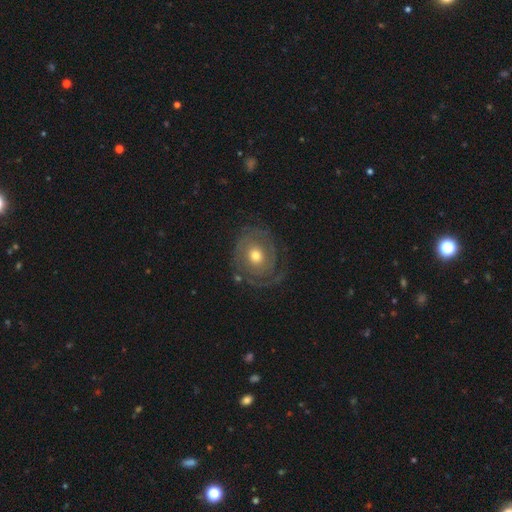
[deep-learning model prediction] Overall: featured or disk (71%). Edge-on disk: no (96%). Bar: no (82%). Spiral arms: yes (80%). Spiral arm count: 2 (34%; can't tell 32%). Spiral winding: tight (67%). Bulge size: moderate (70%). Merging: none (70%).